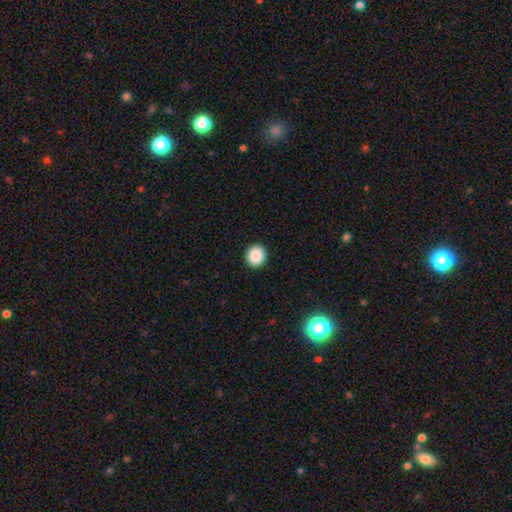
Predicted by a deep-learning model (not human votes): Smooth or featured: smooth — 88% (star or artifact — 8%)
How rounded: round — 89% (in between — 10%)
Merging: none — 93% (minor disturbance — 5%)